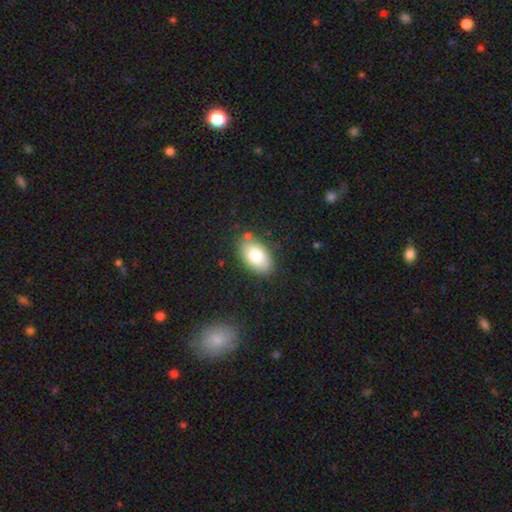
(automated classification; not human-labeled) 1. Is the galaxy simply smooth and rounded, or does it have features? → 78% smooth, 15% featured or disk, 7% star or artifact.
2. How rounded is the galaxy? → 93% in between, 6% round, 1% cigar-shaped.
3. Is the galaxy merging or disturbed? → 81% none, 12% minor disturbance, 3% merger, 3% major disturbance.